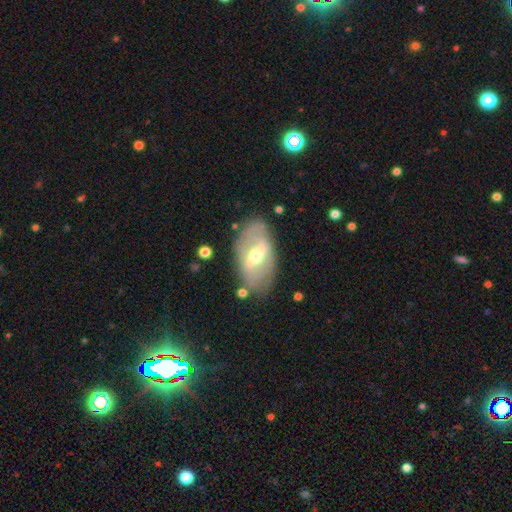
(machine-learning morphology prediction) smooth-or-featured: featured or disk: 65% | smooth: 29% | star or artifact: 6%
  disk-edge-on: no: 86% | yes: 14%
    bar: strong: 47% | weak: 39% | no: 14%
    has-spiral-arms: no: 67% | yes: 33%
    bulge-size: moderate: 68% | small: 23% | large: 7% | dominant: 1% | none: 1%
  merging: none: 77% | minor disturbance: 15% | major disturbance: 6% | merger: 2%